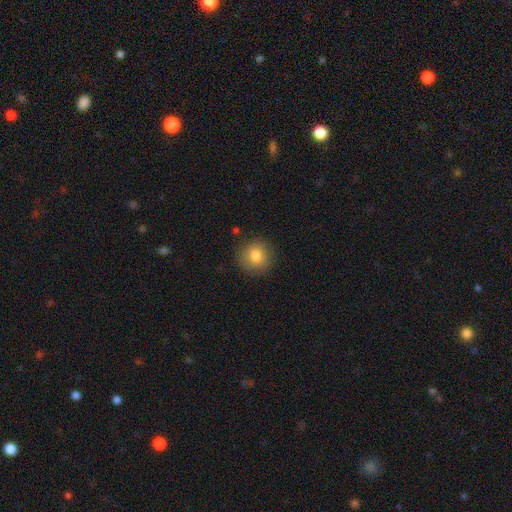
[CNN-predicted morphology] Q: Smooth or featured?
A: smooth (82%); runner-up: star or artifact (9%)
Q: How rounded?
A: round (92%); runner-up: in between (7%)
Q: Merging?
A: none (87%); runner-up: minor disturbance (9%)